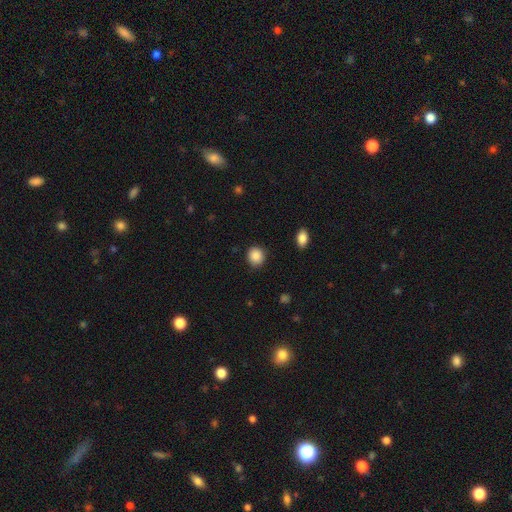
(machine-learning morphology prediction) Smooth or featured? smooth (88%)
How rounded? round (84%)
Merging? none (89%)